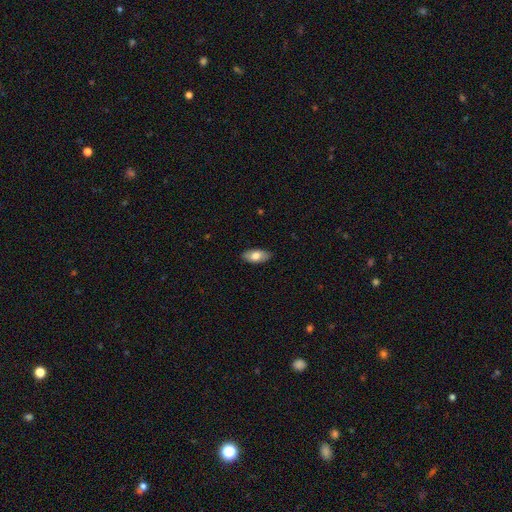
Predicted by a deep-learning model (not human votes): smooth_or_featured: smooth (p=0.75) [alt: featured or disk p=0.18]
how_rounded: in between (p=0.91) [alt: cigar-shaped p=0.06]
merging: none (p=0.87) [alt: minor disturbance p=0.10]